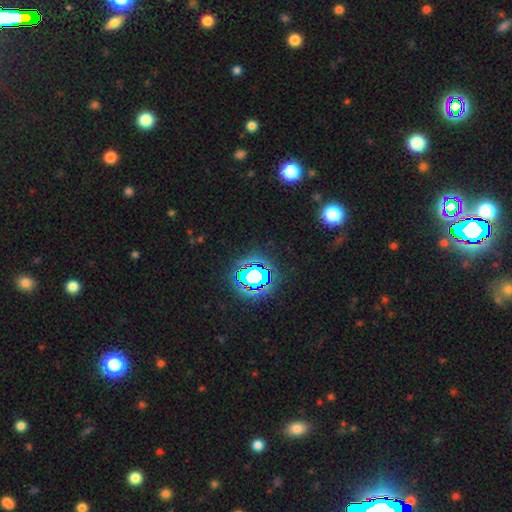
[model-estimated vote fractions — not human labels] smooth-or-featured: star or artifact: 80% | smooth: 13% | featured or disk: 7%